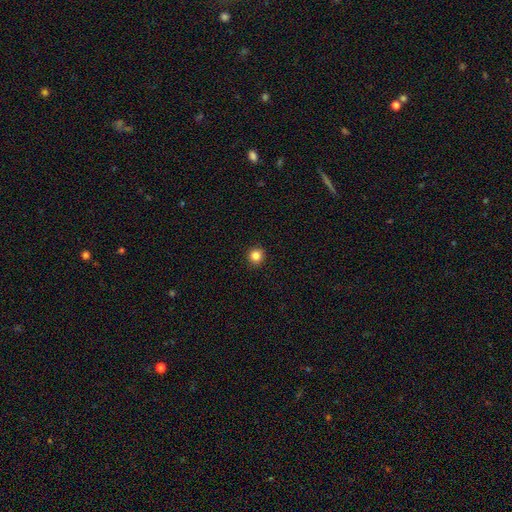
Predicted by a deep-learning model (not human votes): Smooth or featured: smooth — 84% (star or artifact — 11%)
How rounded: round — 93% (in between — 6%)
Merging: none — 93% (minor disturbance — 5%)